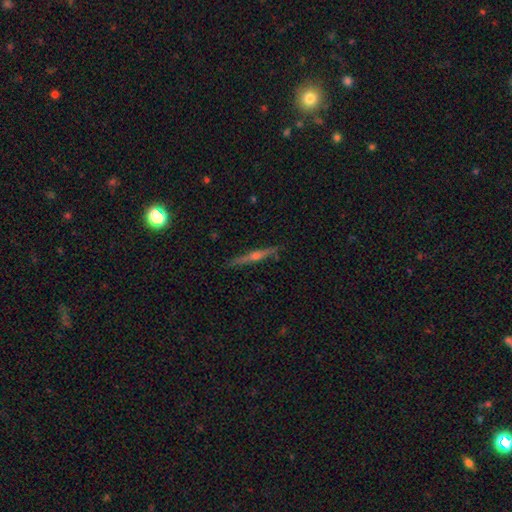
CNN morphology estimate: A featured or disk galaxy (75%) viewed edge-on (98%) with a rounded central bulge (83%). Merging: none (89%).